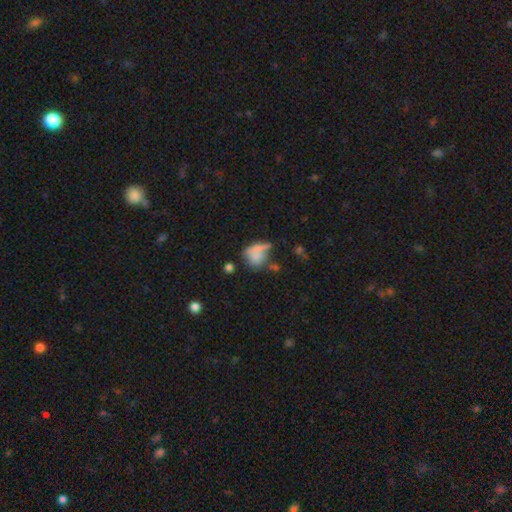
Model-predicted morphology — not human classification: smooth 62%, featured or disk 24%, star or artifact 14%. Down the decision tree: how rounded — in between (48%); merging — none (31%).